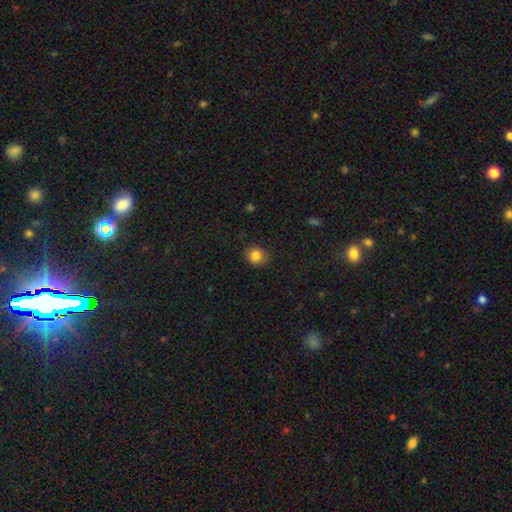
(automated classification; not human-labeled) This is clearly a smooth galaxy (84%). How rounded: likely round (79%). Merging: clearly none (85%).